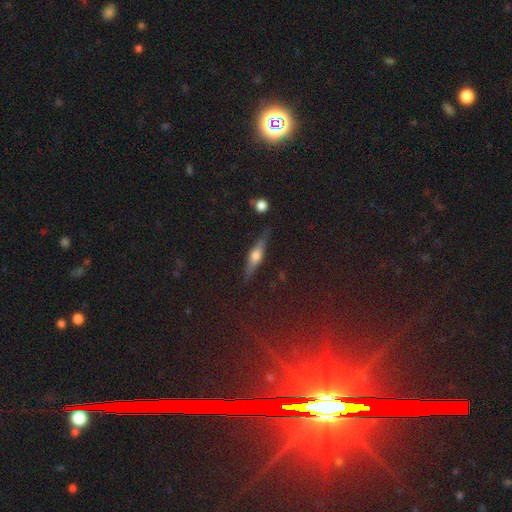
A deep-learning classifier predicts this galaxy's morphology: A featured or disk galaxy (57%) viewed edge-on (92%) with a rounded central bulge (90%). Merging: none (81%).